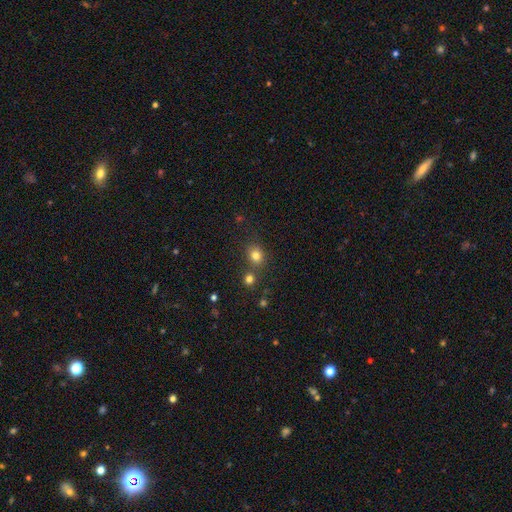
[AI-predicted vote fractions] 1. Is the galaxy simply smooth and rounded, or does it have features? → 79% smooth, 15% star or artifact, 6% featured or disk.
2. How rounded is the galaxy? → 75% round, 25% in between, 1% cigar-shaped.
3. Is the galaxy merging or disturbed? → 72% none, 15% merger, 10% minor disturbance, 3% major disturbance.